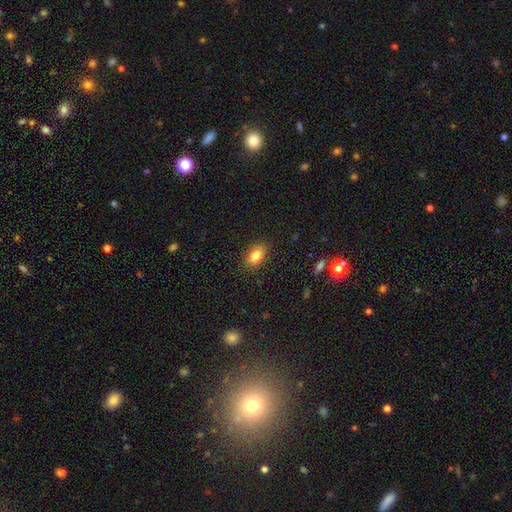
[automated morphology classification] Smooth or featured? Predicted: smooth (p=0.81). How rounded? Predicted: in between (p=0.80). Merging? Predicted: none (p=0.86).